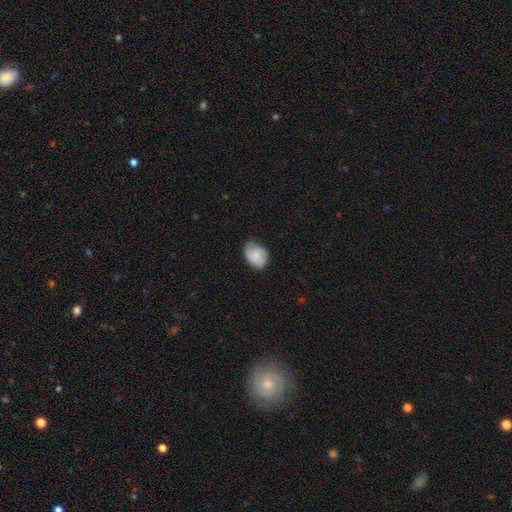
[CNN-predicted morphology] smooth-or-featured: smooth: 68% | featured or disk: 25% | star or artifact: 7%
  how-rounded: in between: 65% | round: 34% | cigar-shaped: 1%
  merging: none: 53% | minor disturbance: 35% | major disturbance: 10% | merger: 1%